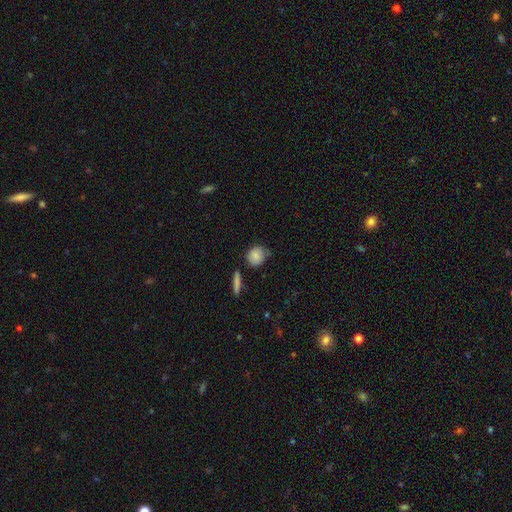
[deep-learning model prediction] Smooth or featured? Predicted: smooth (p=0.82). How rounded? Predicted: round (p=0.76). Merging? Predicted: none (p=0.66).